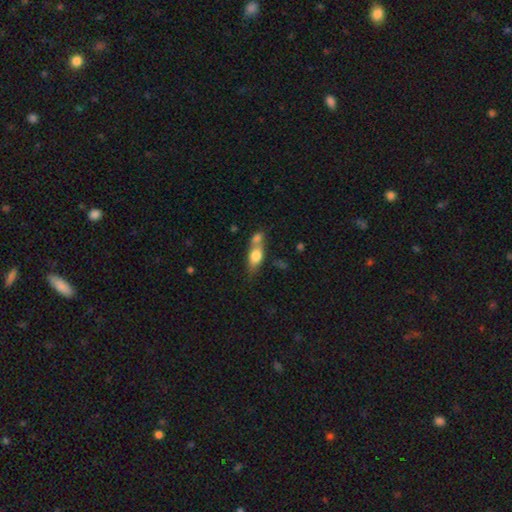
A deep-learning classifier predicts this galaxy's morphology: Q: Smooth or featured?
A: smooth (68%); runner-up: featured or disk (24%)
Q: How rounded?
A: in between (65%); runner-up: cigar-shaped (20%)
Q: Merging?
A: merger (57%); runner-up: none (26%)